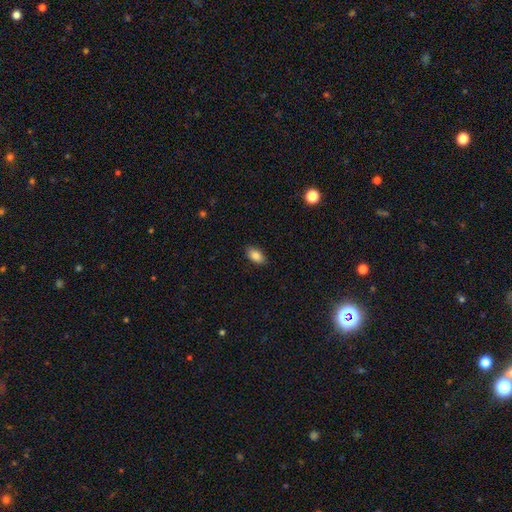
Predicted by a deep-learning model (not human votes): Smooth or featured: smooth — 85% (star or artifact — 8%)
How rounded: in between — 92% (round — 5%)
Merging: none — 88% (minor disturbance — 9%)